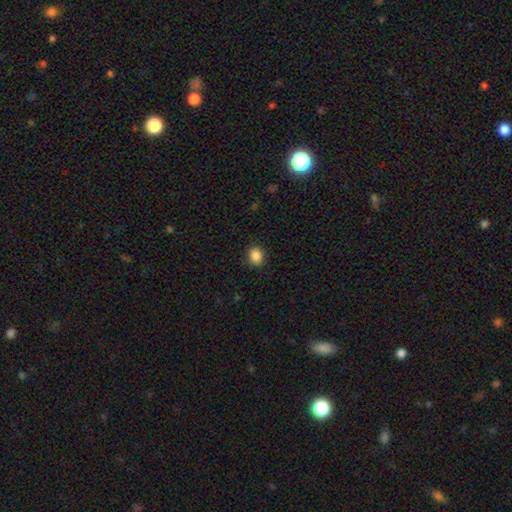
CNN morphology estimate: smooth 87%, star or artifact 9%, featured or disk 3%. Down the decision tree: how rounded — round (55%); merging — none (90%).